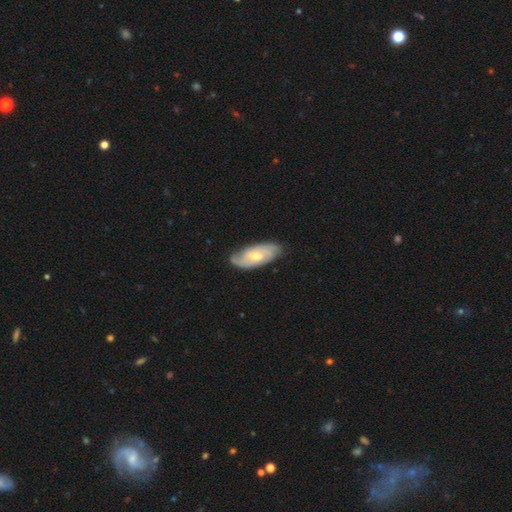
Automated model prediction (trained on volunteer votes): Morphology: type=featured or disk (67%); edge-on=no (89%); bar=no (59%); spiral arms=yes (88%); winding=tight (51%); arm count=2 (50%); bulge=moderate (52%); merging=none (76%).